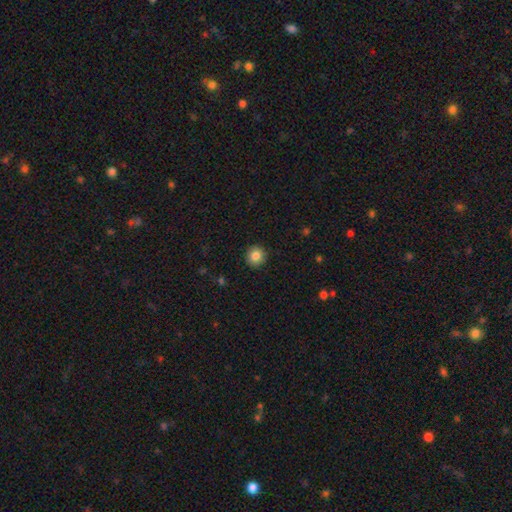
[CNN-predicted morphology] smooth-or-featured: smooth: 85% | star or artifact: 9% | featured or disk: 6%
  how-rounded: round: 92% | in between: 7% | cigar-shaped: 1%
  merging: none: 92% | minor disturbance: 6% | major disturbance: 2% | merger: 1%